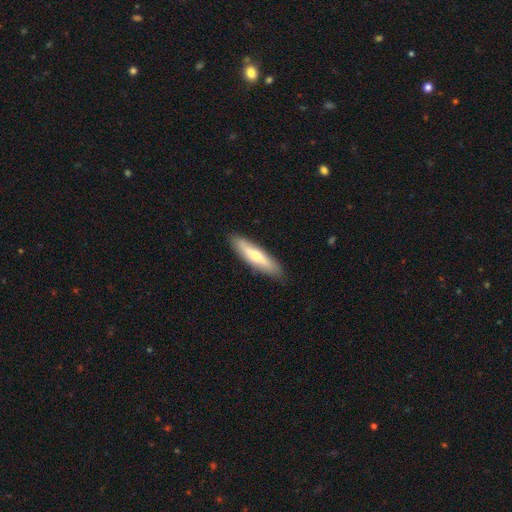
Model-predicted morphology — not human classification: A smooth galaxy with no disk features (59%) that is cigar-shaped (76%).

Vote fractions:
- Smooth or featured? smooth: 59% / featured or disk: 36% / star or artifact: 5%
- How rounded? cigar-shaped: 76% / in between: 23% / round: 2%
- Merging? none: 87% / minor disturbance: 10% / major disturbance: 2% / merger: 1%